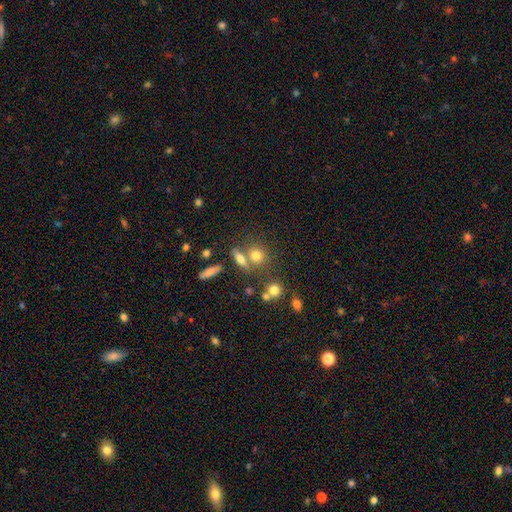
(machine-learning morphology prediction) Q: Smooth or featured?
A: smooth (71%); runner-up: star or artifact (15%)
Q: How rounded?
A: round (64%); runner-up: in between (32%)
Q: Merging?
A: none (54%); runner-up: merger (29%)